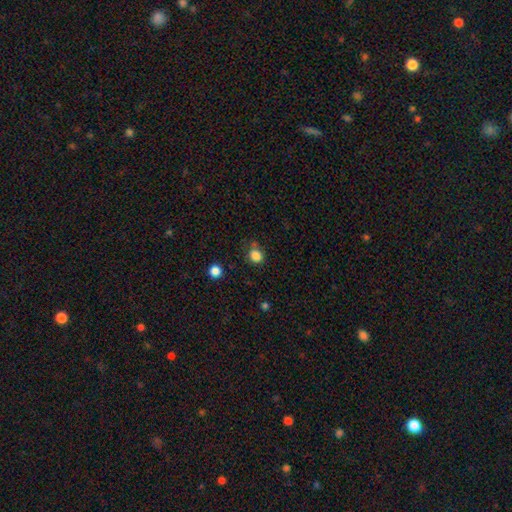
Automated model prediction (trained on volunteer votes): smooth 84%, star or artifact 12%, featured or disk 4%. Down the decision tree: how rounded — round (73%); merging — none (67%).